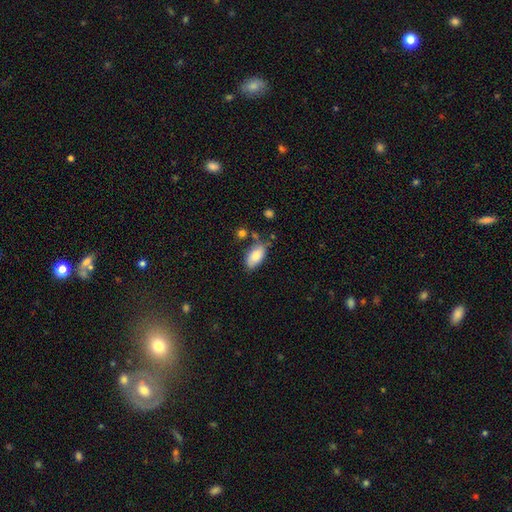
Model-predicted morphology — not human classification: Overall: smooth (81%). How rounded: in between (93%). Merging: none (67%).